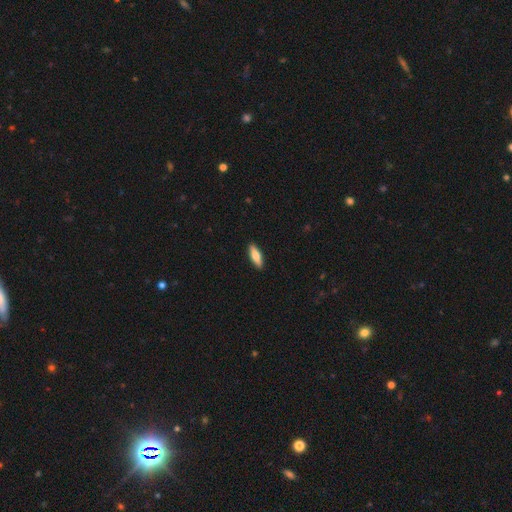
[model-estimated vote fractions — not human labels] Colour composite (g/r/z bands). It shows a smooth galaxy with no disk features (73%) that is in between round and cigar-shaped (52%). Merging: none (90%).